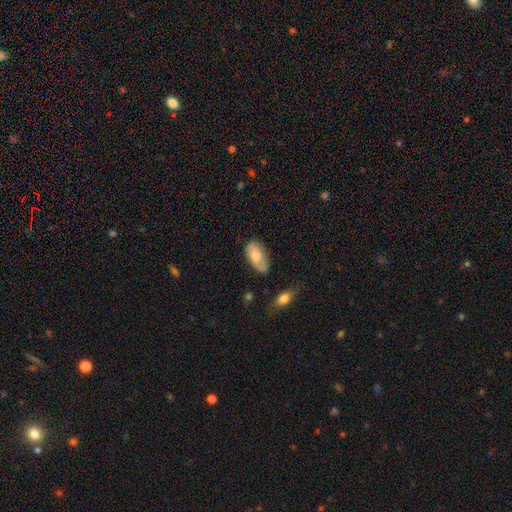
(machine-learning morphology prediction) smooth-or-featured: smooth: 68% | featured or disk: 25% | star or artifact: 6%
  how-rounded: in between: 93% | cigar-shaped: 4% | round: 3%
  merging: none: 62% | minor disturbance: 27% | major disturbance: 6% | merger: 4%